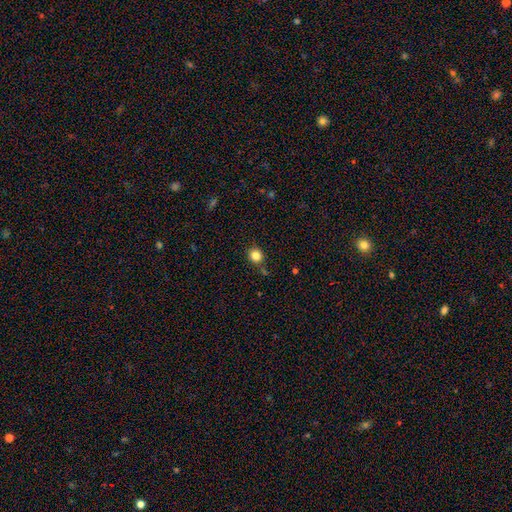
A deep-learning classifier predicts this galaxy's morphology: A smooth galaxy with no disk features (83%) that is round (84%).

Vote fractions:
- Smooth or featured? smooth: 83% / star or artifact: 12% / featured or disk: 5%
- How rounded? round: 84% / in between: 15% / cigar-shaped: 1%
- Merging? none: 82% / minor disturbance: 11% / merger: 4% / major disturbance: 3%